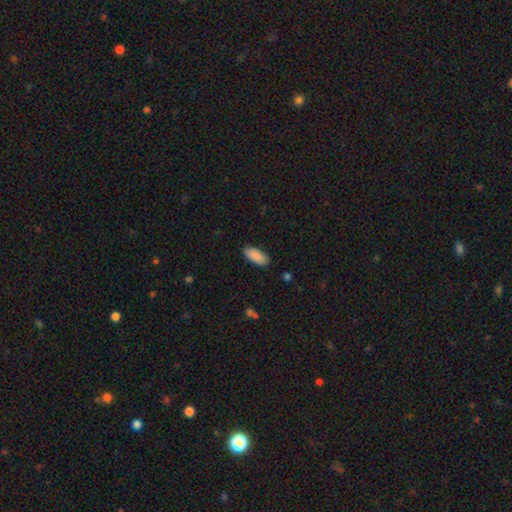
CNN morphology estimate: Smooth or featured? smooth (90%)
How rounded? in between (85%)
Merging? none (87%)